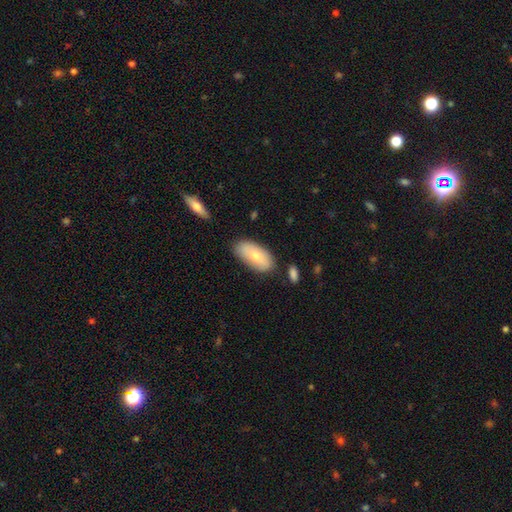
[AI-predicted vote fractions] Morphology: type=smooth (73%); roundness=in between (93%); merging=none (73%).